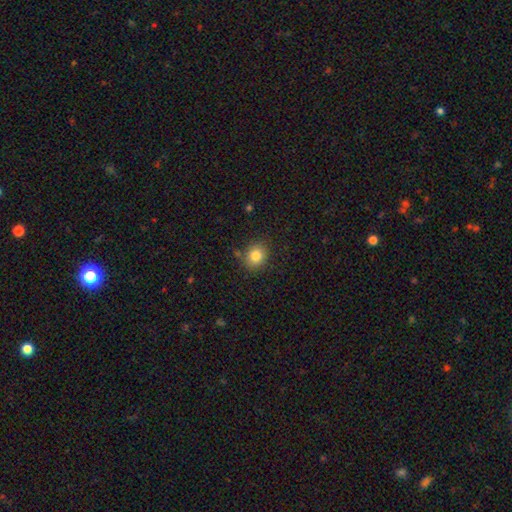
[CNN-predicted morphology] smooth-or-featured: smooth: 82% | star or artifact: 11% | featured or disk: 7%
  how-rounded: round: 72% | in between: 27% | cigar-shaped: 1%
  merging: none: 84% | minor disturbance: 10% | major disturbance: 3% | merger: 3%